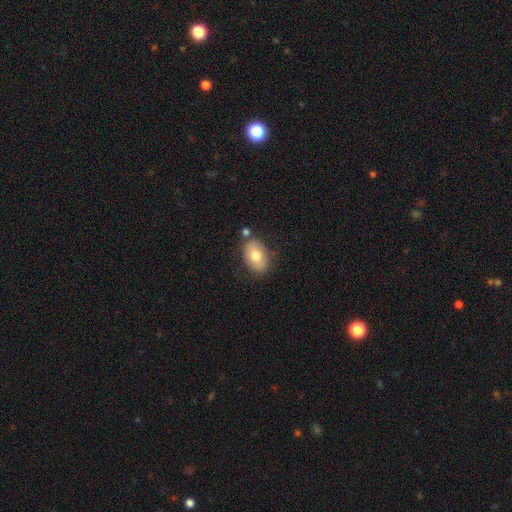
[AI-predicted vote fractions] Morphology: type=smooth (72%); roundness=in between (84%); merging=none (74%).